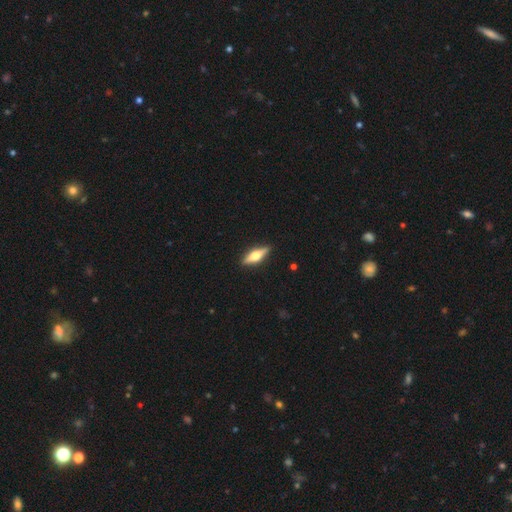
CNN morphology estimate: type=featured or disk (58%); edge-on=yes (95%); edge-on bulge=rounded (93%); merging=none (89%).